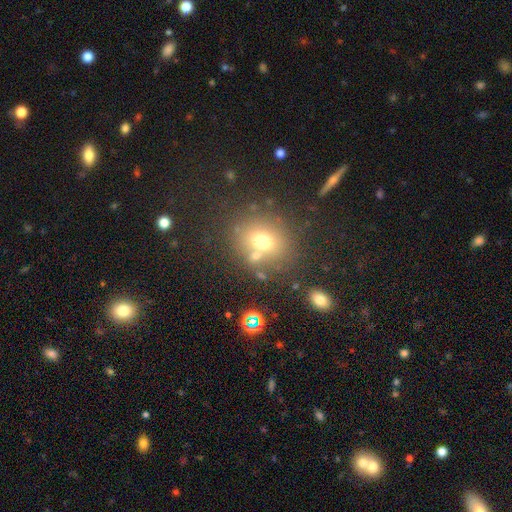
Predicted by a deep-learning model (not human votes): Smooth or featured? Predicted: smooth (p=0.66). How rounded? Predicted: round (p=0.65). Merging? Predicted: none (p=0.62).